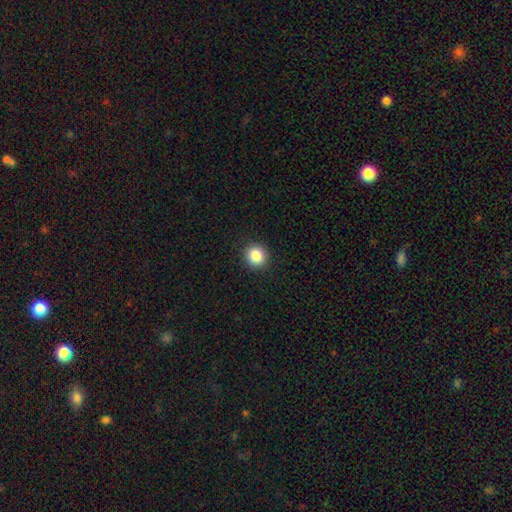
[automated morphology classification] The model was most divided on "smooth or featured": smooth: 86%, star or artifact: 10%, featured or disk: 4%. More confident: merging — none (92%); how rounded — round (92%).